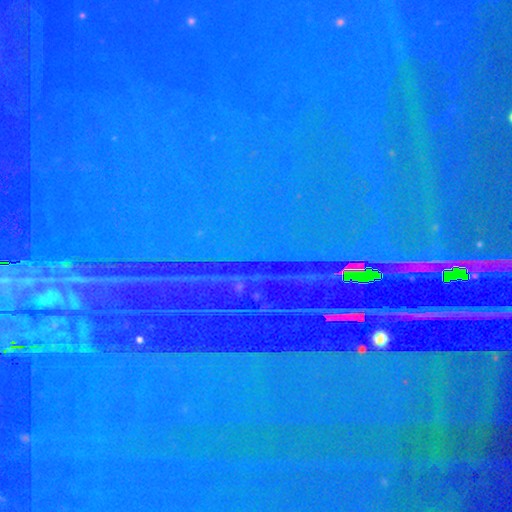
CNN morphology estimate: Q: Smooth or featured?
A: star or artifact (88%); runner-up: featured or disk (7%)